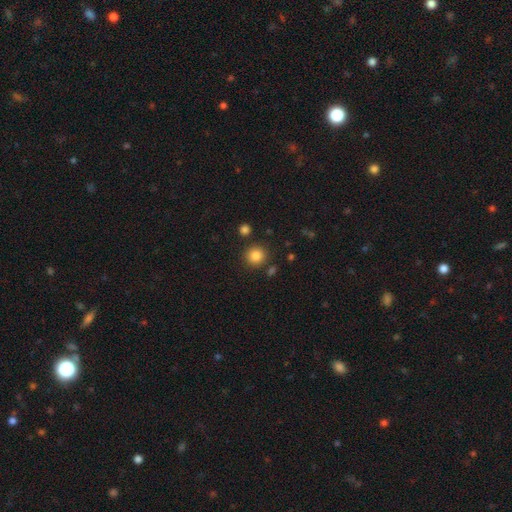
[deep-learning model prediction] This is clearly a smooth galaxy (85%). How rounded: clearly round (92%). Merging: clearly none (86%).